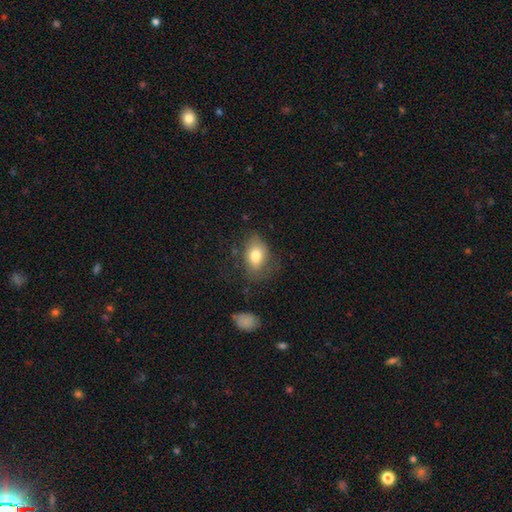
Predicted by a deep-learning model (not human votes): smooth 76%, featured or disk 16%, star or artifact 9%. Down the decision tree: how rounded — in between (76%); merging — none (56%).